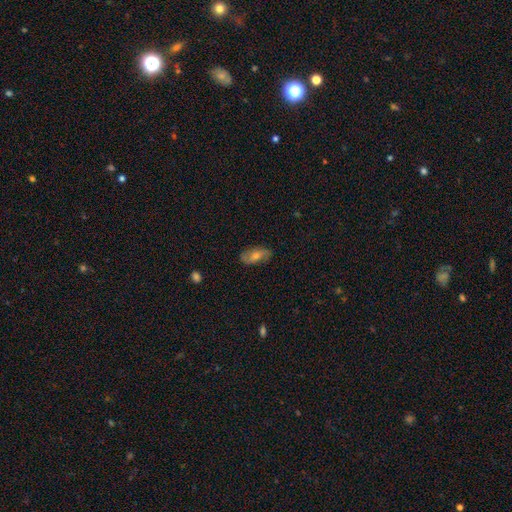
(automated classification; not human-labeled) smooth_or_featured: featured or disk (p=0.50) [alt: smooth p=0.41]
merging: none (p=0.82) [alt: minor disturbance p=0.14]